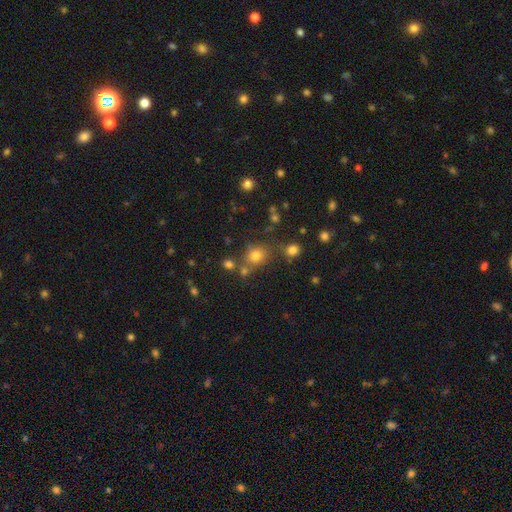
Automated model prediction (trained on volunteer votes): Q: Smooth or featured?
A: smooth (73%); runner-up: star or artifact (19%)
Q: How rounded?
A: round (76%); runner-up: in between (23%)
Q: Merging?
A: none (69%); runner-up: merger (15%)